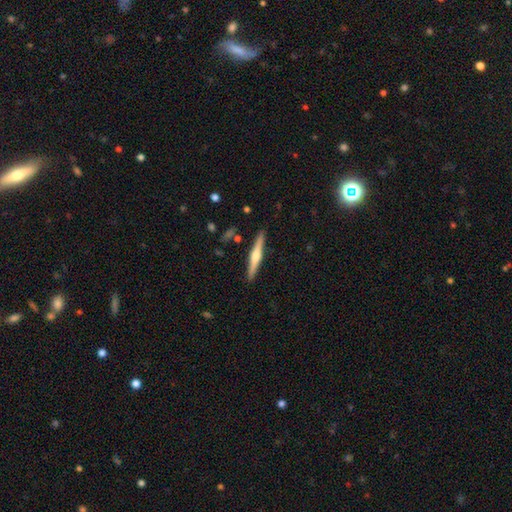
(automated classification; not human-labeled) This appears to be a featured or disk galaxy (66%) viewed edge-on (98%) with a rounded central bulge (89%). Merging: none (90%).